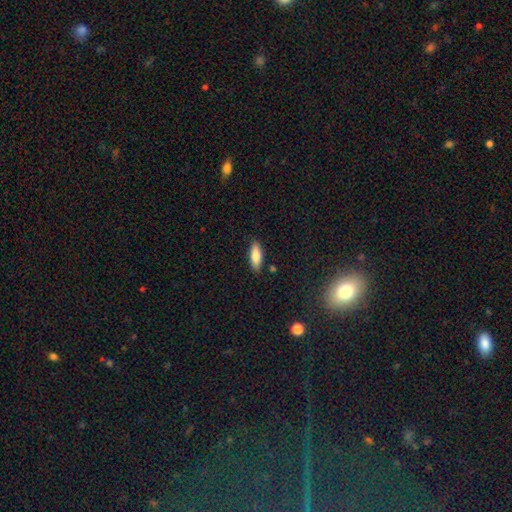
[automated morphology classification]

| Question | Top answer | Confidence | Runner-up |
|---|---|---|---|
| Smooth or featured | smooth | 82% | featured or disk (12%) |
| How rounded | in between | 65% | cigar-shaped (33%) |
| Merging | none | 85% | minor disturbance (11%) |